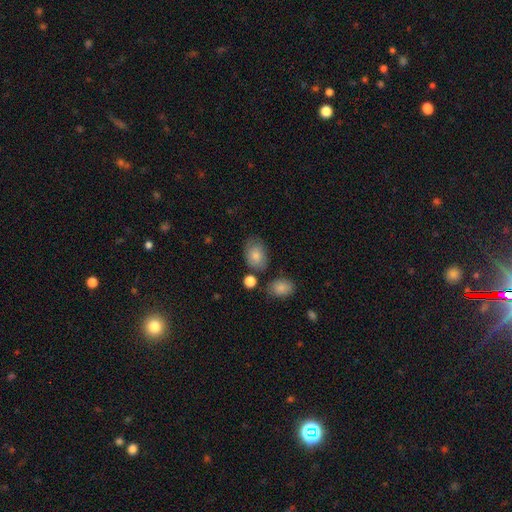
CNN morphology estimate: type=smooth (80%); roundness=in between (79%); merging=none (67%).